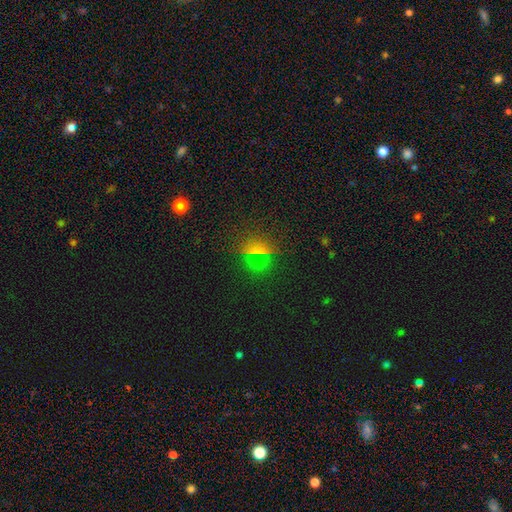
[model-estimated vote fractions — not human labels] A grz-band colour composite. It shows a smooth galaxy with no disk features (51%) that is round (79%). Merging: none (85%).